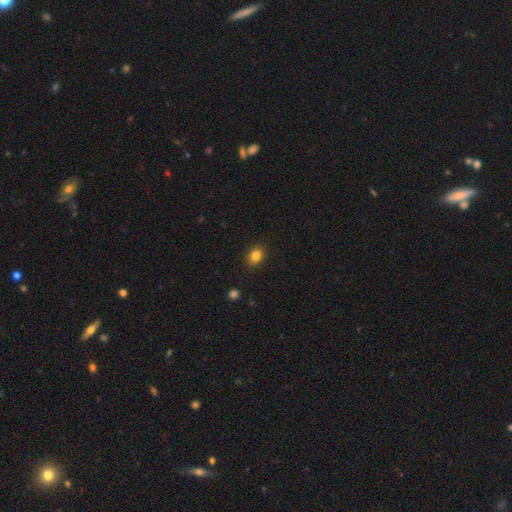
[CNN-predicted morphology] Q: Smooth or featured?
A: smooth (84%); runner-up: star or artifact (10%)
Q: How rounded?
A: in between (62%); runner-up: round (37%)
Q: Merging?
A: none (89%); runner-up: minor disturbance (8%)